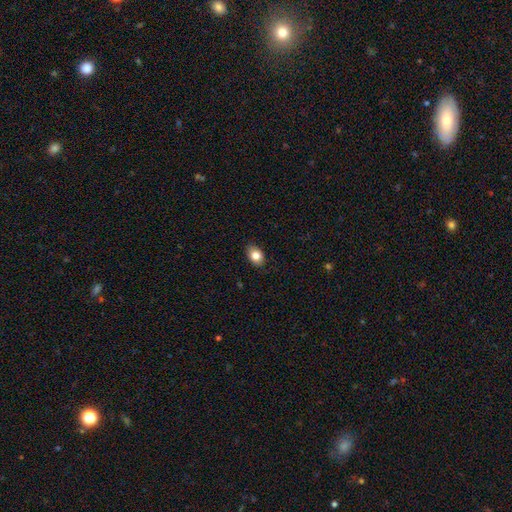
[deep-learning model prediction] This is clearly a smooth galaxy (82%). How rounded: likely in between (76%). Merging: clearly none (87%).